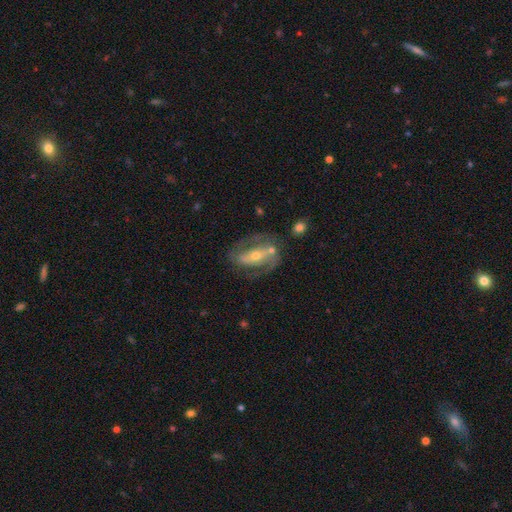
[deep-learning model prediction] A featured or disk galaxy (83%) with a strong bar (53%), 2 (85%) medium (48%) spiral arms (86%) and a small central bulge (49%).

Vote fractions:
- Smooth or featured? featured or disk: 83% / smooth: 11% / star or artifact: 6%
- Edge-on disk? no: 93% / yes: 7%
- Bar? strong: 53% / weak: 25% / no: 22%
- Spiral arms? yes: 86% / no: 14%
- Spiral winding? medium: 48% / tight: 33% / loose: 20%
- Spiral arm count? 2: 85% / can't tell: 7% / 1: 4% / 3: 2% / 4: 1% / more than 4: 1%
- Bulge size? small: 49% / moderate: 46% / large: 2% / none: 1% / dominant: 1%
- Merging? none: 69% / minor disturbance: 15% / major disturbance: 10% / merger: 6%